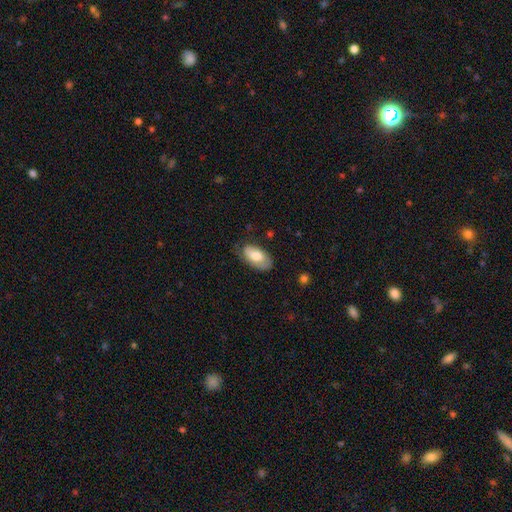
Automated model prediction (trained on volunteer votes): Morphology: type=smooth (68%); roundness=in between (94%); merging=none (60%).